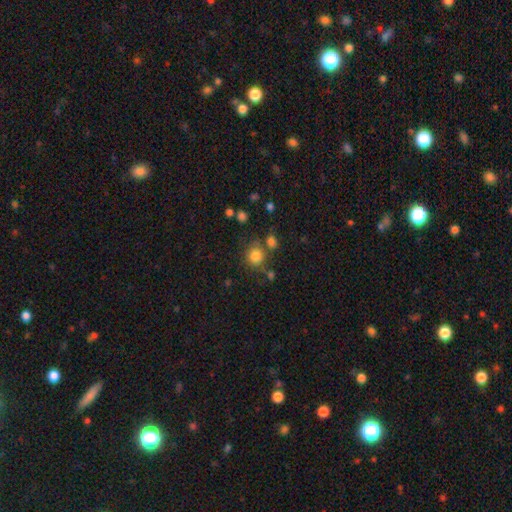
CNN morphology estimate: A smooth galaxy with no disk features (81%) that is round (86%). Merging: none (70%).